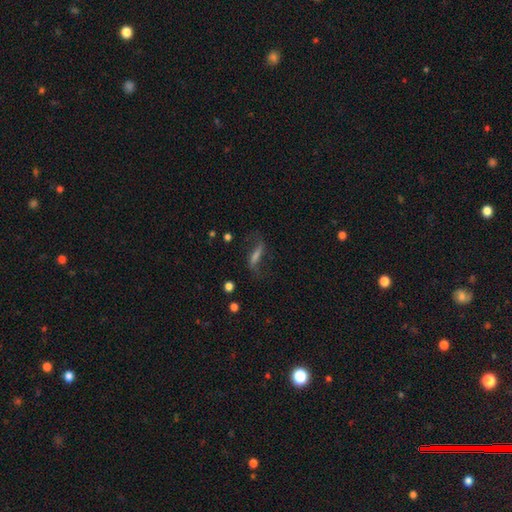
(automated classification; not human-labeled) Overall: featured or disk (59%; smooth 27%). Edge-on disk: no (80%). Merging: none (65%).